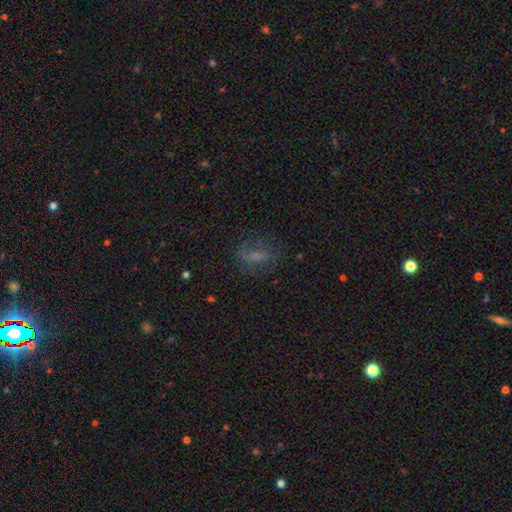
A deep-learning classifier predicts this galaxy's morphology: This appears to be a smooth galaxy with no disk features (51%) that is in between round and cigar-shaped (60%). Merging: none (67%).